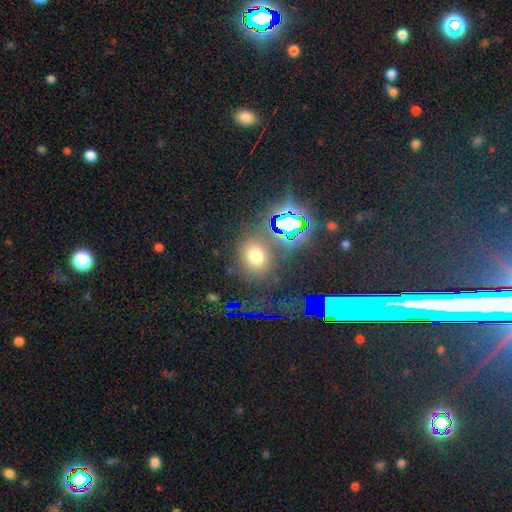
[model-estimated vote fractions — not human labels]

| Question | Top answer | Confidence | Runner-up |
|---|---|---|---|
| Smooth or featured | smooth | 60% | star or artifact (31%) |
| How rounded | round | 65% | in between (34%) |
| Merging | none | 79% | minor disturbance (10%) |